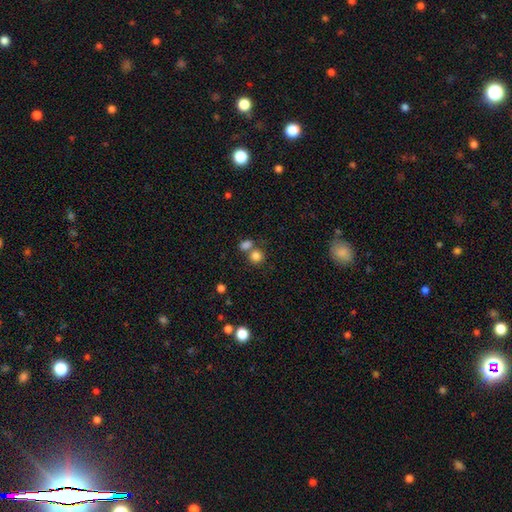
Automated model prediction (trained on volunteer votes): A smooth galaxy with no disk features (81%) that is round (83%). Merging: none (55%).